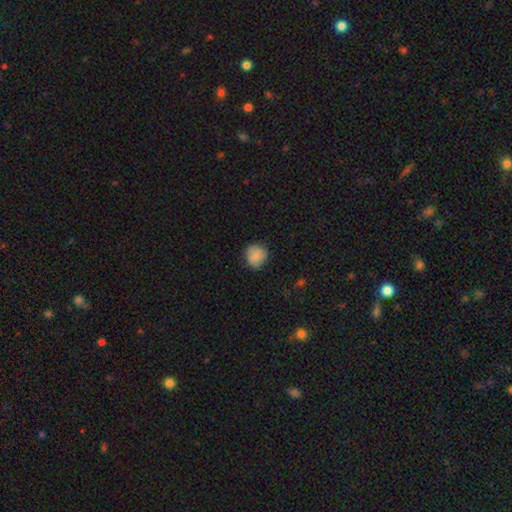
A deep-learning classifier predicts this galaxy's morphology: A smooth galaxy with no disk features (83%) that is round (84%). Merging: none (75%).